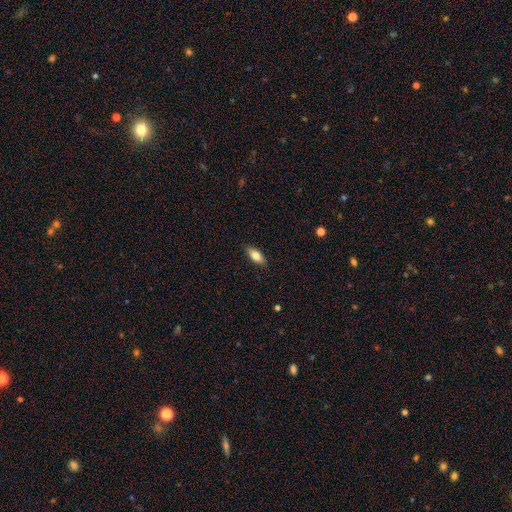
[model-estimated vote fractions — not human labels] Smooth or featured?
  - smooth: 78% *
  - featured or disk: 16%
  - star or artifact: 7%
How rounded?
  - in between: 81% *
  - cigar-shaped: 16%
  - round: 3%
Merging?
  - none: 88% *
  - minor disturbance: 9%
  - major disturbance: 2%
  - merger: 1%